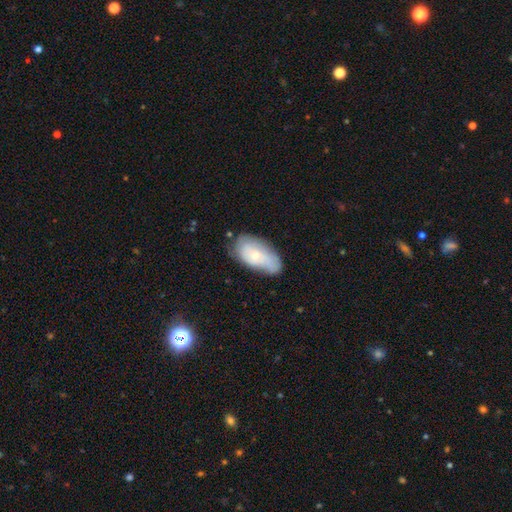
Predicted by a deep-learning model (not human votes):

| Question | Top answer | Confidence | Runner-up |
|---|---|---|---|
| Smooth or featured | smooth | 54% | featured or disk (39%) |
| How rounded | in between | 92% | cigar-shaped (4%) |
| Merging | none | 53% | minor disturbance (33%) |